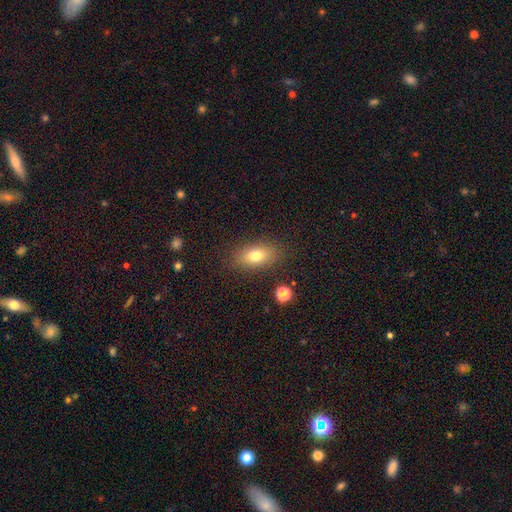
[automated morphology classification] Smooth or featured? Predicted: smooth (p=0.74). How rounded? Predicted: in between (p=0.83). Merging? Predicted: none (p=0.84).